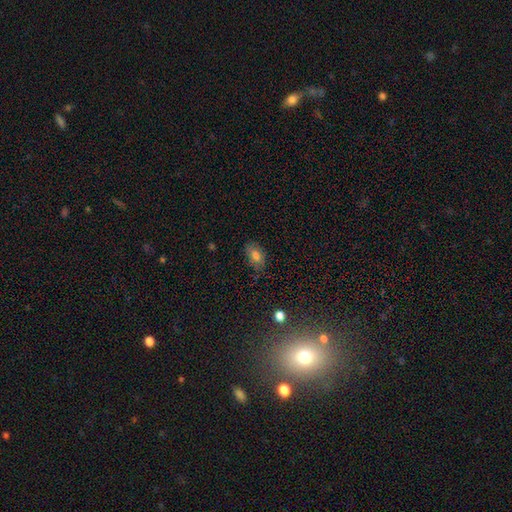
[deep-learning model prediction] This is likely a smooth galaxy (76%). How rounded: clearly in between (88%). Merging: likely none (73%).